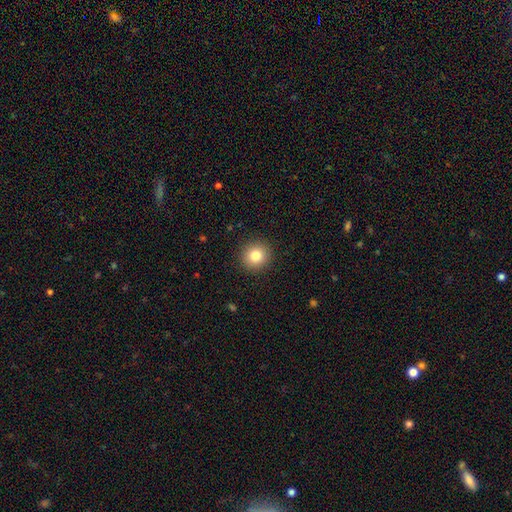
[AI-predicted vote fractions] smooth-or-featured: smooth: 82% | star or artifact: 11% | featured or disk: 8%
  how-rounded: round: 91% | in between: 9% | cigar-shaped: 1%
  merging: none: 91% | minor disturbance: 6% | major disturbance: 2% | merger: 1%